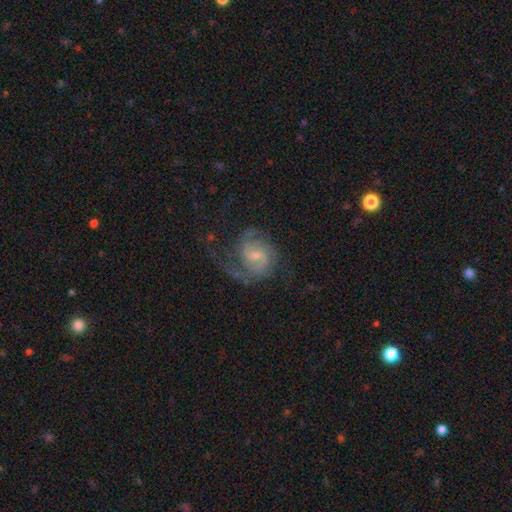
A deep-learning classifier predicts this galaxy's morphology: smooth-or-featured: featured or disk: 83% | smooth: 11% | star or artifact: 6%
  disk-edge-on: no: 98% | yes: 2%
    bar: weak: 51% | no: 39% | strong: 10%
    has-spiral-arms: yes: 95% | no: 5%
      spiral-winding: medium: 47% | tight: 34% | loose: 19%
      spiral-arm-count: 2: 68% | can't tell: 12% | 1: 8% | 3: 7% | 4: 2% | more than 4: 2%
    bulge-size: small: 60% | moderate: 34% | none: 3% | large: 2% | dominant: 1%
  merging: none: 56% | major disturbance: 23% | minor disturbance: 19% | merger: 2%